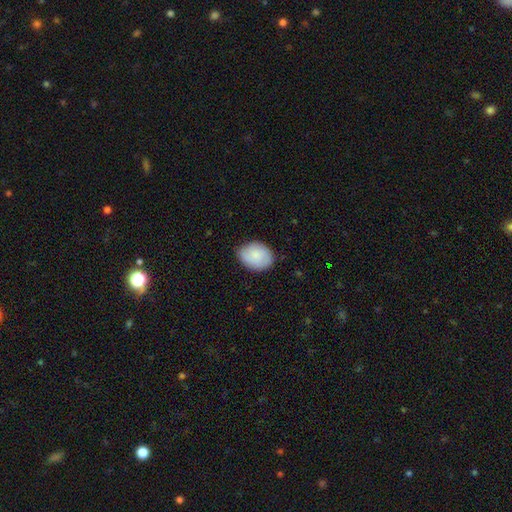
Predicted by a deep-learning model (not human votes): Overall: smooth (79%). How rounded: in between (65%; round 34%). Merging: none (73%).